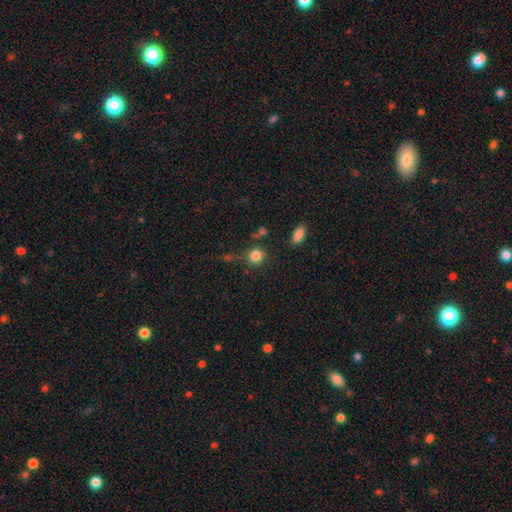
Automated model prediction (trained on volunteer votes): This is clearly a smooth galaxy (83%). How rounded: clearly round (86%). Merging: likely none (73%).